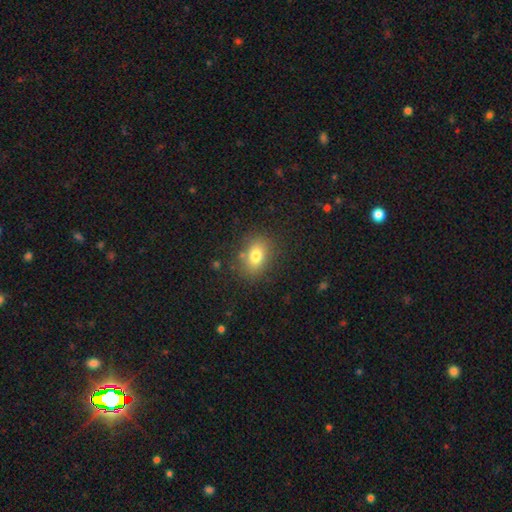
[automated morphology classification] smooth 78%, featured or disk 11%, star or artifact 11%. Down the decision tree: how rounded — in between (73%); merging — none (81%).